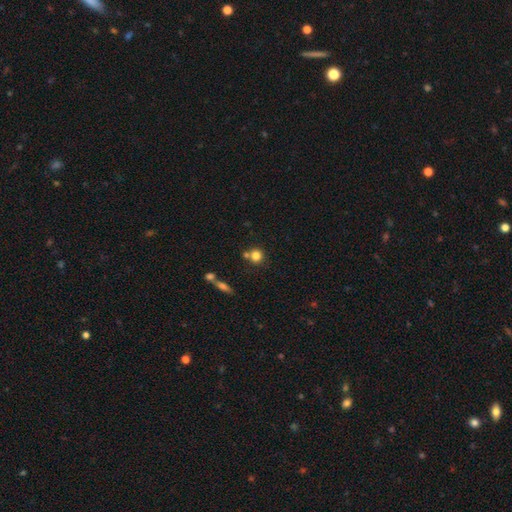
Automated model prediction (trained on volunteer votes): This is clearly a smooth galaxy (80%). How rounded: clearly round (87%). Merging: likely none (60%).